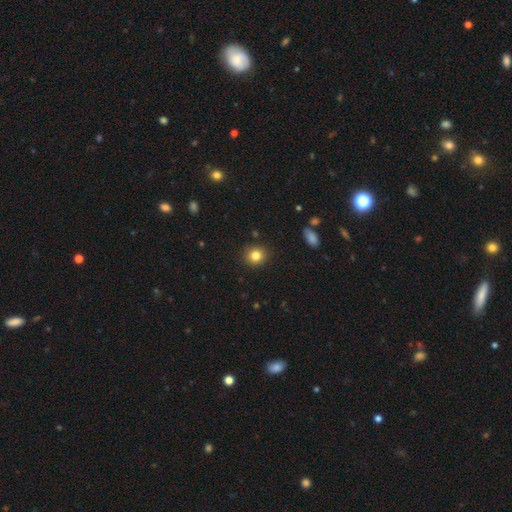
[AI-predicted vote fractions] A smooth galaxy with no disk features (83%) that is round (88%). Merging: none (91%).